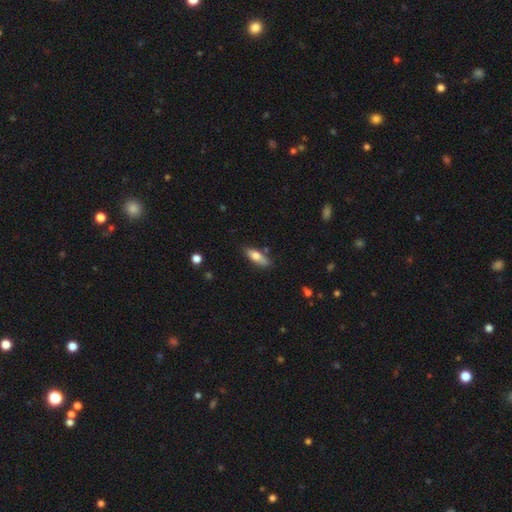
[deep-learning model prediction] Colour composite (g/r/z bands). It shows a smooth galaxy with no disk features (73%) that is in between round and cigar-shaped (62%). Merging: none (74%).